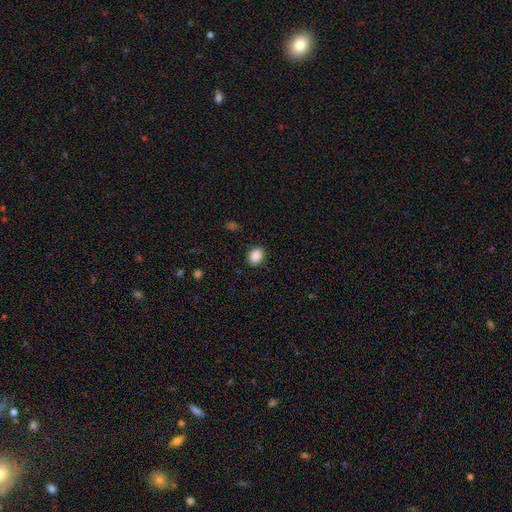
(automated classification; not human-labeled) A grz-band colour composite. It shows a smooth galaxy with no disk features (89%) that is in between round and cigar-shaped (62%). Merging: none (89%).